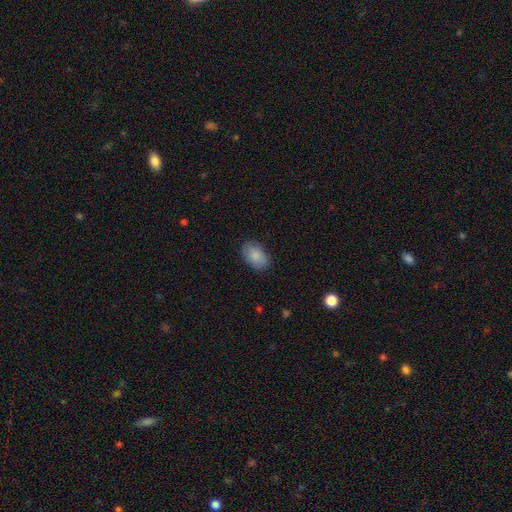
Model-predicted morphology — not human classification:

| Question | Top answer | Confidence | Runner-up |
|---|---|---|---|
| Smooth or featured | smooth | 86% | featured or disk (7%) |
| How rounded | in between | 90% | round (9%) |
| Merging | none | 83% | minor disturbance (13%) |